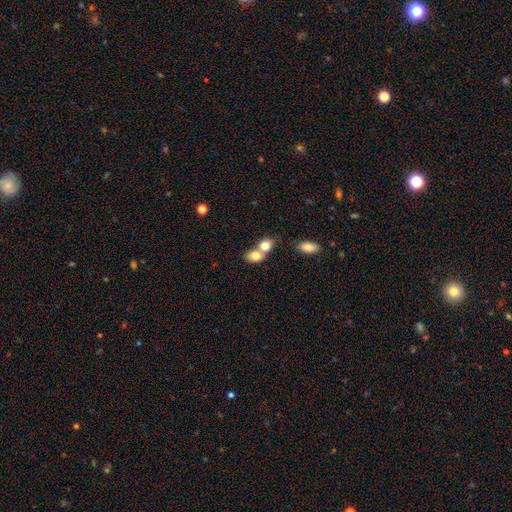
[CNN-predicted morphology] smooth-or-featured: smooth: 77% | featured or disk: 14% | star or artifact: 9%
  how-rounded: in between: 58% | round: 41% | cigar-shaped: 2%
  merging: merger: 67% | none: 24% | minor disturbance: 6% | major disturbance: 3%